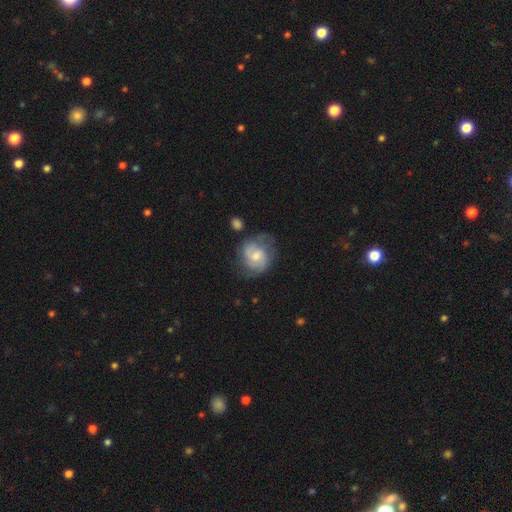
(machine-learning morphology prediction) smooth-or-featured: featured or disk: 61% | smooth: 32% | star or artifact: 7%
  disk-edge-on: no: 97% | yes: 3%
    bar: no: 60% | weak: 35% | strong: 5%
    has-spiral-arms: yes: 85% | no: 15%
      spiral-winding: medium: 45% | tight: 32% | loose: 23%
      spiral-arm-count: 2: 65% | can't tell: 20% | 3: 7% | 1: 4% | 4: 2% | more than 4: 2%
    bulge-size: moderate: 49% | small: 41% | large: 5% | none: 3% | dominant: 1%
  merging: none: 54% | minor disturbance: 25% | major disturbance: 15% | merger: 5%